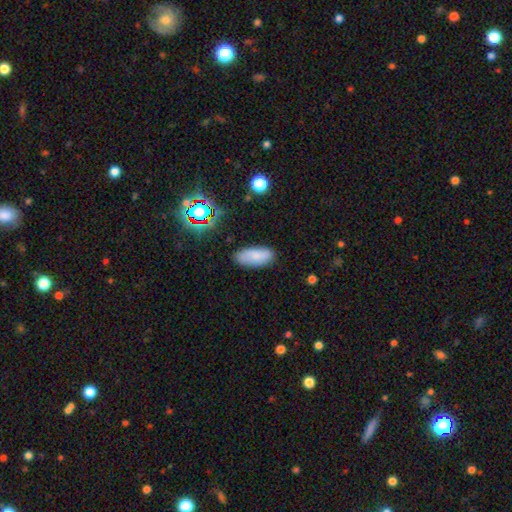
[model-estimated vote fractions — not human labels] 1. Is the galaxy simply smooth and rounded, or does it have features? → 77% smooth, 13% featured or disk, 9% star or artifact.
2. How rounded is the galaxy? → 85% in between, 13% cigar-shaped, 2% round.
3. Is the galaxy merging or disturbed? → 81% none, 14% minor disturbance, 3% major disturbance, 2% merger.